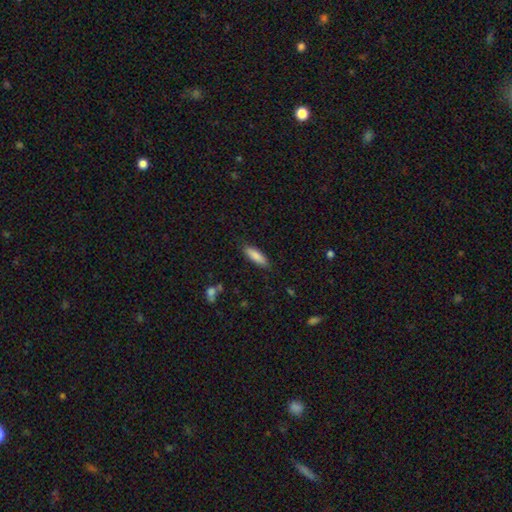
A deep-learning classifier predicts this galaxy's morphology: type=smooth (86%); roundness=cigar-shaped (50%); merging=none (85%).